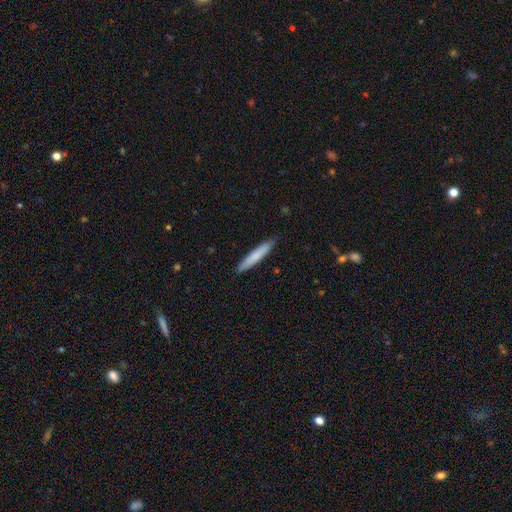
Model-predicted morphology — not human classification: smooth-or-featured: smooth: 76% | featured or disk: 19% | star or artifact: 5%
  how-rounded: cigar-shaped: 93% | in between: 6% | round: 1%
  merging: none: 89% | minor disturbance: 9% | major disturbance: 1% | merger: 1%